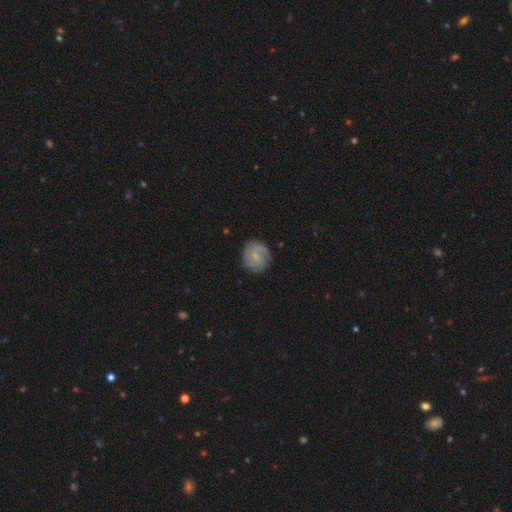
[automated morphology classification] Smooth or featured? featured or disk (57%)
Edge-on disk? no (98%)
Bar? no (48%)
Spiral arms? yes (88%)
Bulge size? small (65%)
Merging? none (78%)